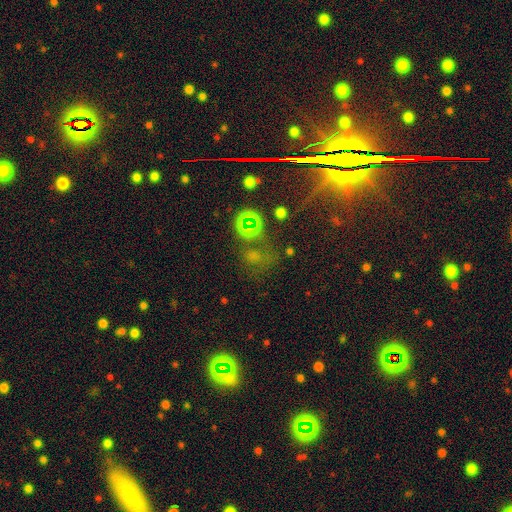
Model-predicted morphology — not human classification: The model was most divided on "smooth or featured": star or artifact: 49%, smooth: 40%, featured or disk: 12%.